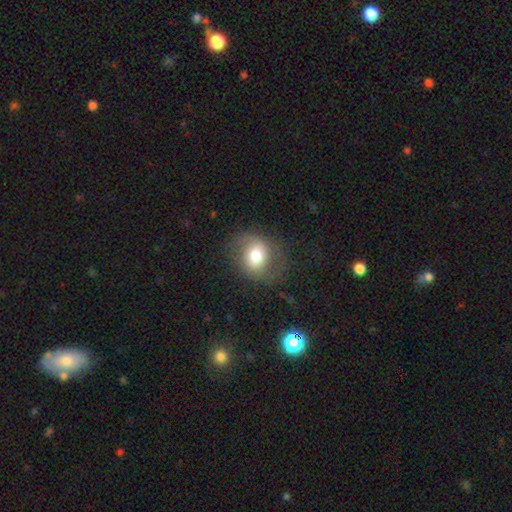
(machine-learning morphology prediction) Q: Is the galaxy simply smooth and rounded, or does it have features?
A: smooth — 60%.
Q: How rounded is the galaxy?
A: round — 62%.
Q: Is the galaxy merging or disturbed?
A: none — 71%.